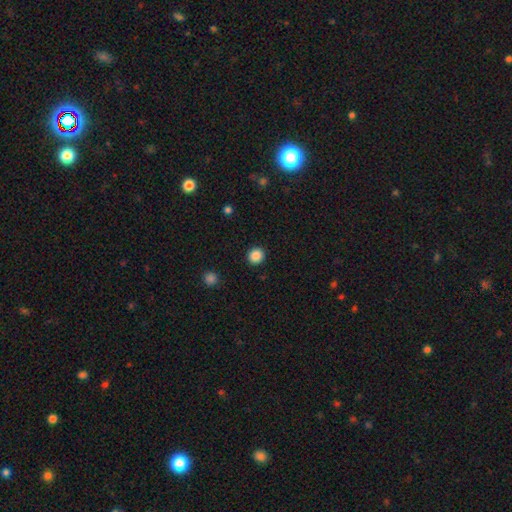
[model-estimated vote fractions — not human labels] Morphology: type=smooth (87%); roundness=round (90%); merging=none (92%).